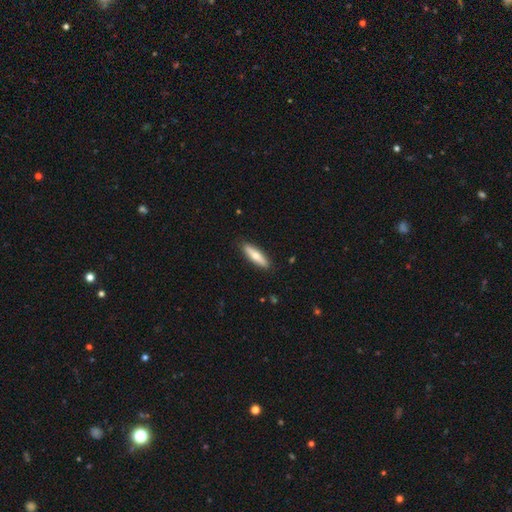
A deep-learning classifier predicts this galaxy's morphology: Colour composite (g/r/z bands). It shows a smooth galaxy with no disk features (63%) that is cigar-shaped (72%). Merging: none (89%).